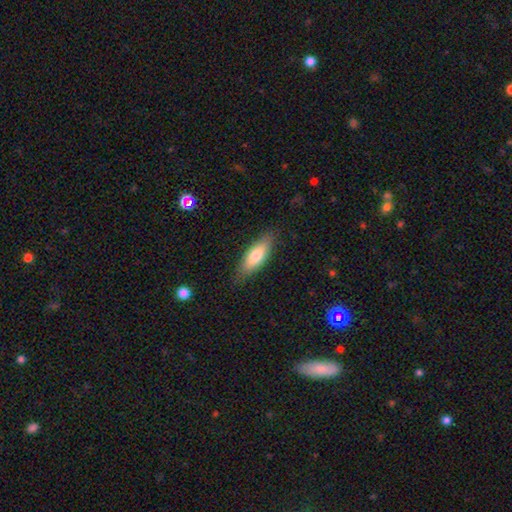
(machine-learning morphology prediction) Smooth or featured? smooth (73%)
How rounded? in between (62%)
Merging? none (82%)